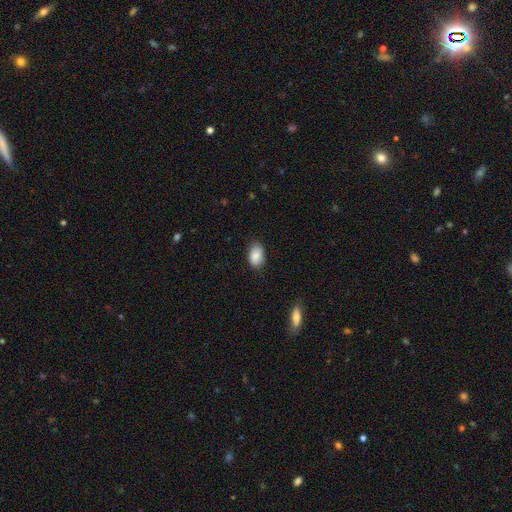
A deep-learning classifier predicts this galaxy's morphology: Smooth or featured? Predicted: smooth (p=0.86). How rounded? Predicted: in between (p=0.91). Merging? Predicted: none (p=0.78).